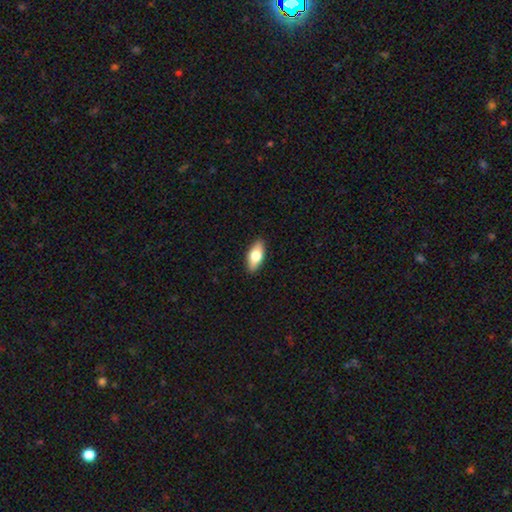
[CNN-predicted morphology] Overall: smooth (71%). How rounded: in between (83%). Merging: none (89%).